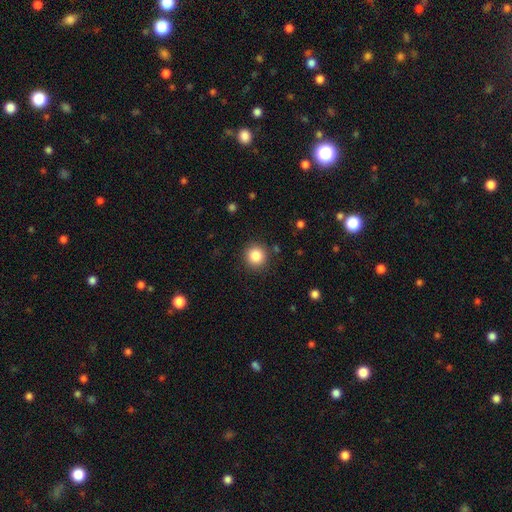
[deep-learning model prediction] This is clearly a smooth galaxy (85%). How rounded: clearly round (94%). Merging: clearly none (90%).